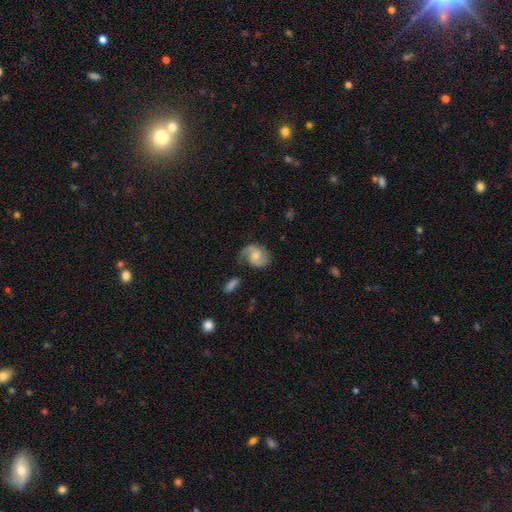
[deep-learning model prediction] Smooth or featured? featured or disk (77%)
Edge-on disk? no (98%)
Bar? no (56%)
Spiral arms? yes (95%)
Spiral winding? medium (49%)
Spiral arm count? 2 (82%)
Bulge size? moderate (53%)
Merging? none (68%)